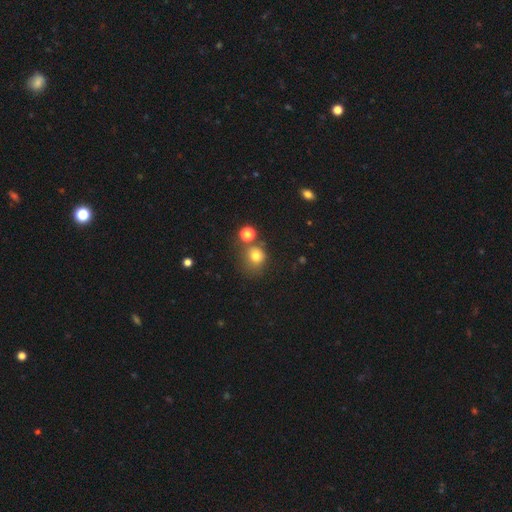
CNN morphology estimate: A smooth galaxy with no disk features (77%) that is round (84%). Merging: none (60%).